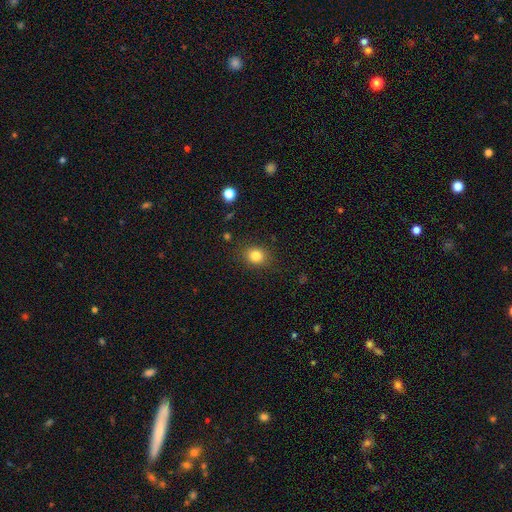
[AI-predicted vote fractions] A smooth galaxy with no disk features (83%) that is round (61%).

Vote fractions:
- Smooth or featured? smooth: 83% / star or artifact: 11% / featured or disk: 6%
- How rounded? round: 61% / in between: 38% / cigar-shaped: 1%
- Merging? none: 86% / minor disturbance: 10% / major disturbance: 3% / merger: 1%